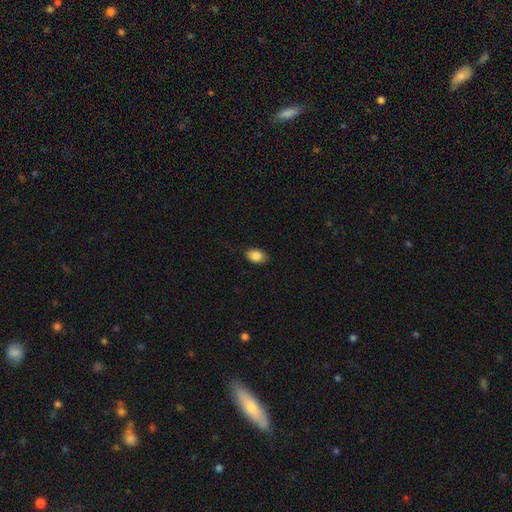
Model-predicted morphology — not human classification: smooth 86%, star or artifact 8%, featured or disk 6%. Down the decision tree: how rounded — in between (87%); merging — none (85%).